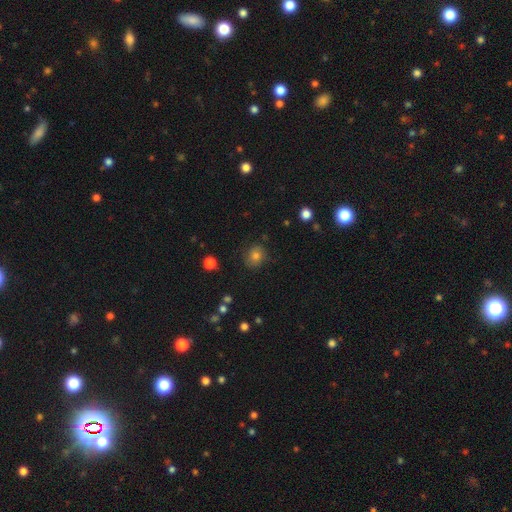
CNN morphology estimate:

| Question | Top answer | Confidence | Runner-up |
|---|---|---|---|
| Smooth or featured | smooth | 76% | star or artifact (13%) |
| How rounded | round | 75% | in between (24%) |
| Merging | none | 82% | minor disturbance (13%) |